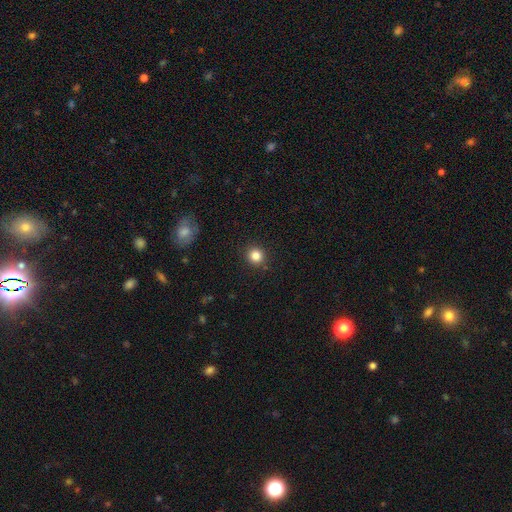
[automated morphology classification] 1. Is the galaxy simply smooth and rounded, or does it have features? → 84% smooth, 12% star or artifact, 5% featured or disk.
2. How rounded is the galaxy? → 91% round, 8% in between, 1% cigar-shaped.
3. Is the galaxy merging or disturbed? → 90% none, 6% minor disturbance, 2% major disturbance, 1% merger.